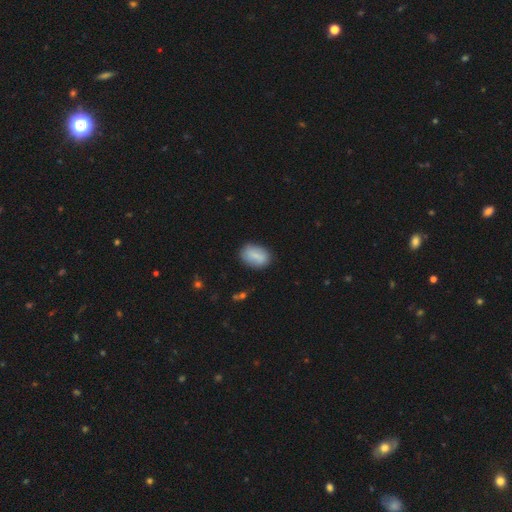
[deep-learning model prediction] A smooth galaxy with no disk features (79%) that is in between round and cigar-shaped (85%). Merging: none (81%).